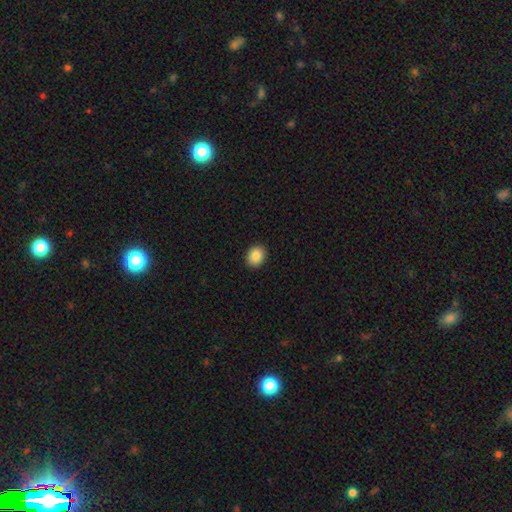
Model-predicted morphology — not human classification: Q: Smooth or featured?
A: smooth (86%); runner-up: star or artifact (9%)
Q: How rounded?
A: round (53%); runner-up: in between (46%)
Q: Merging?
A: none (91%); runner-up: minor disturbance (6%)